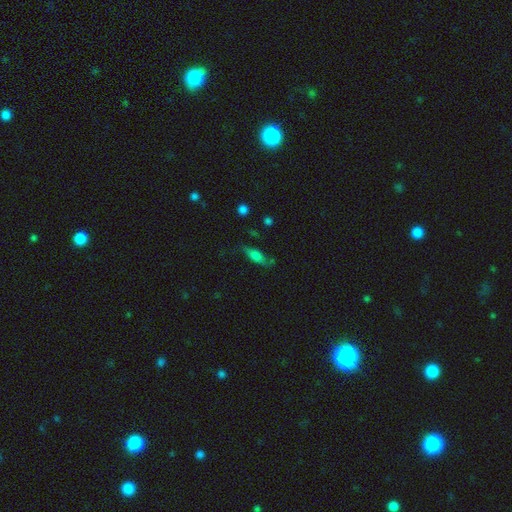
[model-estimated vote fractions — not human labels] Smooth or featured?
  - smooth: 62% *
  - featured or disk: 27%
  - star or artifact: 10%
How rounded?
  - in between: 63% *
  - cigar-shaped: 32%
  - round: 4%
Merging?
  - none: 65% *
  - minor disturbance: 24%
  - major disturbance: 8%
  - merger: 3%